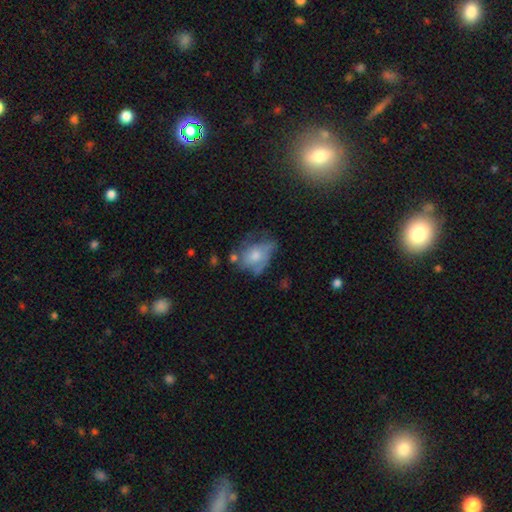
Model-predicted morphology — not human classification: smooth_or_featured: smooth (p=0.51) [alt: featured or disk p=0.40]
how_rounded: in between (p=0.68) [alt: round p=0.30]
merging: none (p=0.32) [alt: minor disturbance p=0.30]